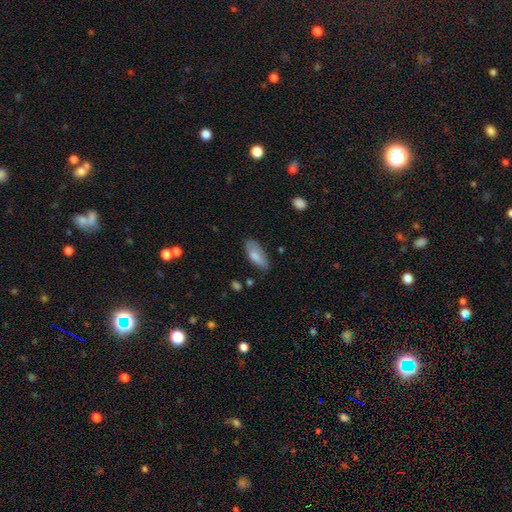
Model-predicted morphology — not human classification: The model was most divided on "merging": none: 70%, minor disturbance: 23%, major disturbance: 5%, merger: 2%. More confident: how rounded — in between (83%); smooth or featured — smooth (80%).